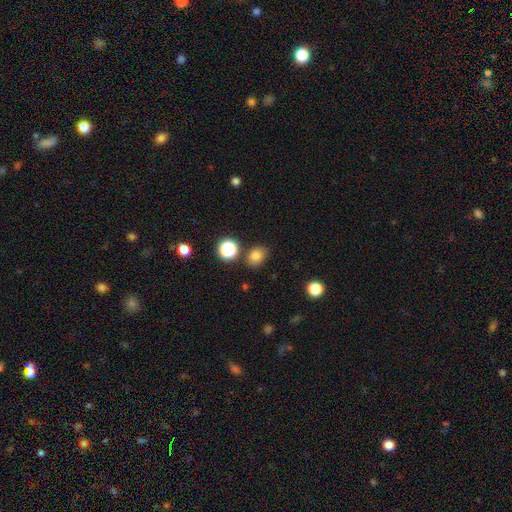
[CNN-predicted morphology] This is clearly a smooth galaxy (80%). How rounded: possibly round (50%). Merging: likely none (78%).